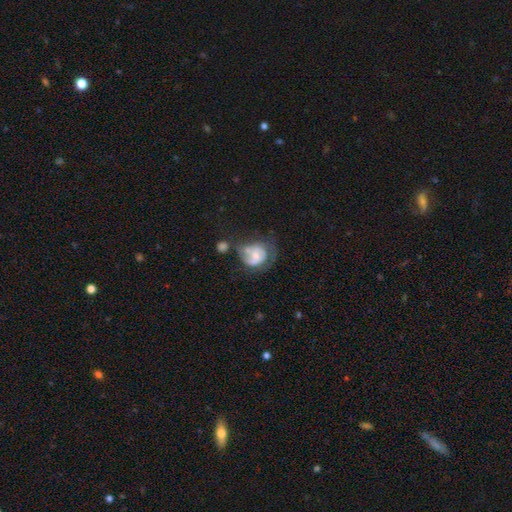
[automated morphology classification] This appears to be a featured or disk galaxy (55%) with no bar (74%), spiral arms (58%) and a moderate central bulge (46%, tied with small). Merging: none (28%).